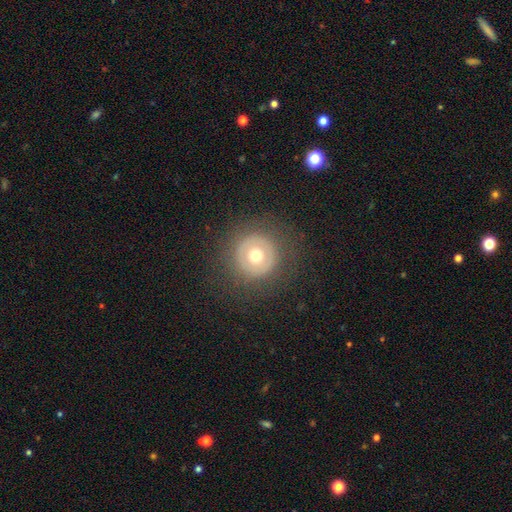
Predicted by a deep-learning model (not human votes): A smooth galaxy with no disk features (52%) that is round (95%). Merging: none (86%).